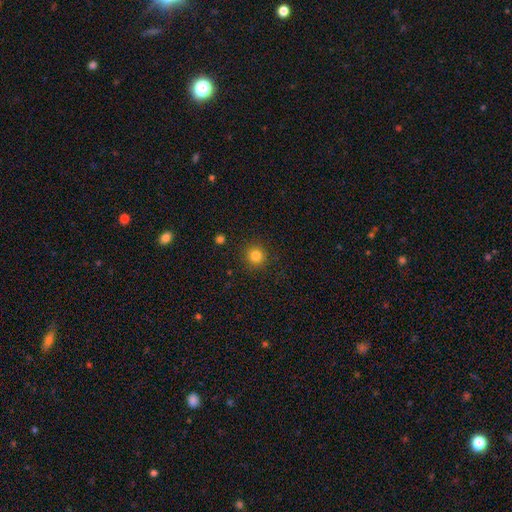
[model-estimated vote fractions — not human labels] This appears to be a smooth galaxy with no disk features (82%) that is round (95%). Merging: none (91%).